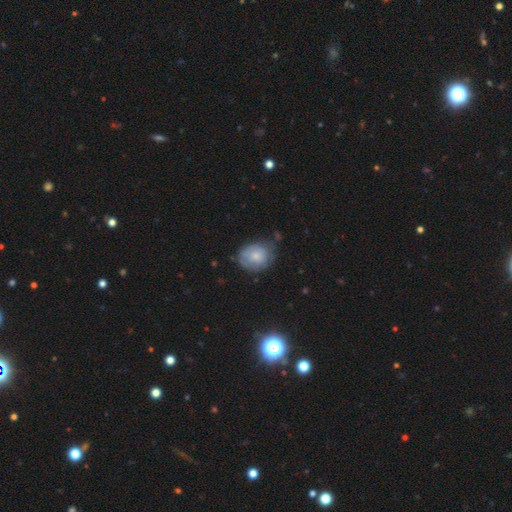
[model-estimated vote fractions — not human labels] Smooth or featured: smooth — 71% (featured or disk — 22%)
How rounded: in between — 54% (round — 45%)
Merging: none — 53% (minor disturbance — 33%)